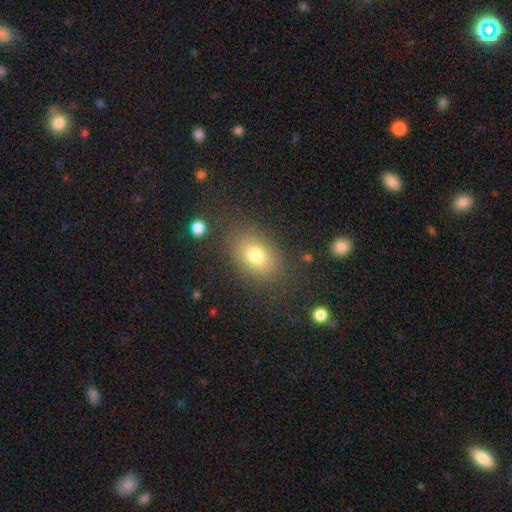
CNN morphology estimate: Q: Smooth or featured?
A: smooth (76%); runner-up: featured or disk (13%)
Q: How rounded?
A: in between (76%); runner-up: round (22%)
Q: Merging?
A: none (79%); runner-up: minor disturbance (12%)